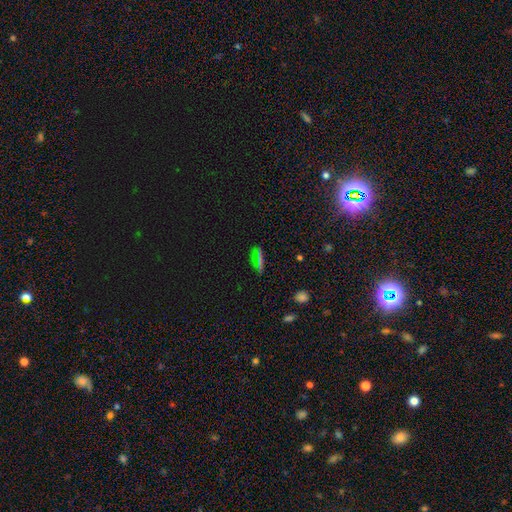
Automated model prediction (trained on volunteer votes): Morphology: type=star or artifact (51%).